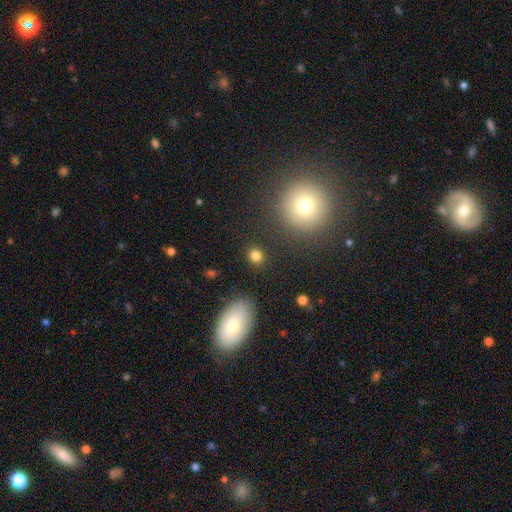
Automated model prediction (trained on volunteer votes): Smooth or featured? Predicted: smooth (p=0.82). How rounded? Predicted: round (p=0.72). Merging? Predicted: none (p=0.87).